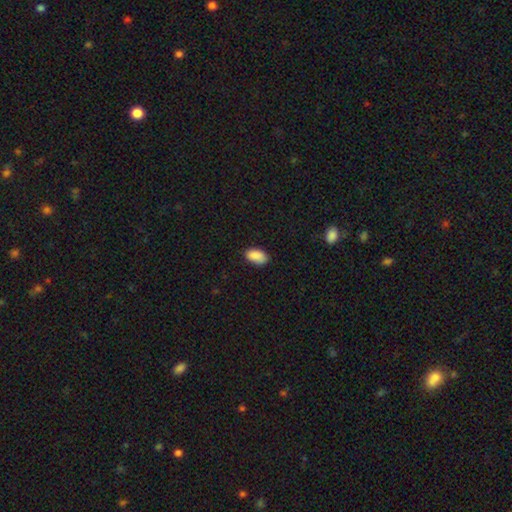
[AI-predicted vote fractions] smooth-or-featured: smooth: 88% | star or artifact: 8% | featured or disk: 4%
  how-rounded: in between: 93% | round: 5% | cigar-shaped: 2%
  merging: none: 77% | minor disturbance: 19% | major disturbance: 3% | merger: 2%